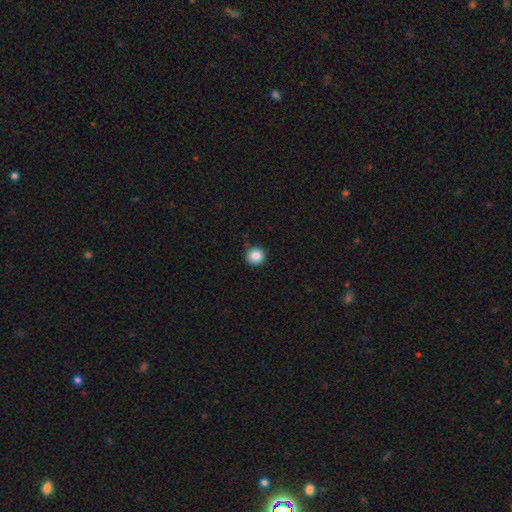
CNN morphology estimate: Q: Smooth or featured?
A: smooth (86%); runner-up: star or artifact (10%)
Q: How rounded?
A: round (94%); runner-up: in between (5%)
Q: Merging?
A: none (90%); runner-up: minor disturbance (7%)